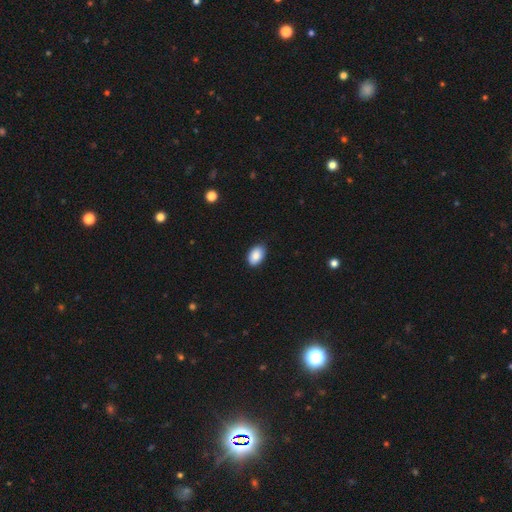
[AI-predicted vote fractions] Smooth or featured: smooth — 88% (star or artifact — 7%)
How rounded: in between — 90% (round — 8%)
Merging: none — 85% (minor disturbance — 12%)